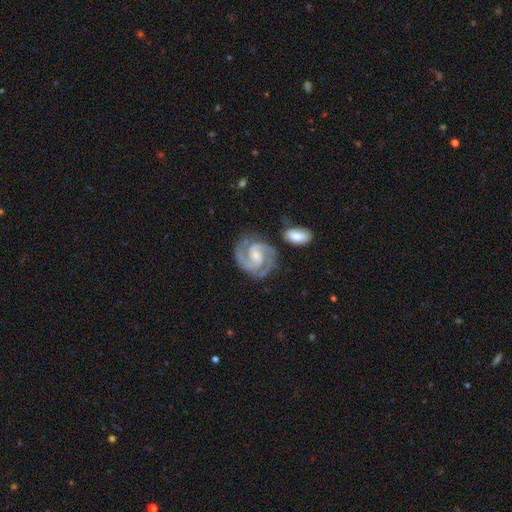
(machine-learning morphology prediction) Overall: featured or disk (91%). Edge-on disk: no (98%). Bar: no (45%; weak 42%). Spiral arms: yes (98%). Spiral arm count: 2 (83%). Spiral winding: tight (49%; medium 45%). Bulge size: small (57%; moderate 32%). Merging: none (71%).